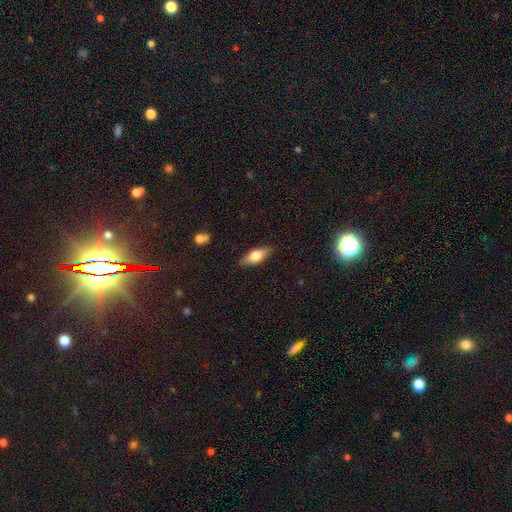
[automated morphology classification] Q: Smooth or featured?
A: smooth (58%); runner-up: featured or disk (35%)
Q: How rounded?
A: in between (67%); runner-up: cigar-shaped (29%)
Q: Merging?
A: none (87%); runner-up: minor disturbance (10%)